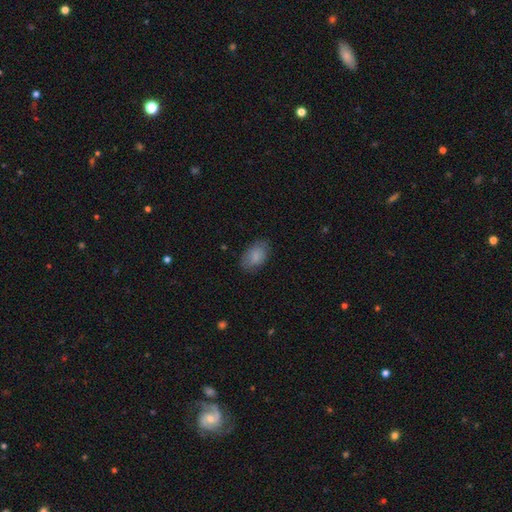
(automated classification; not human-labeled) A smooth galaxy with no disk features (83%) that is in between round and cigar-shaped (90%). Merging: none (77%).